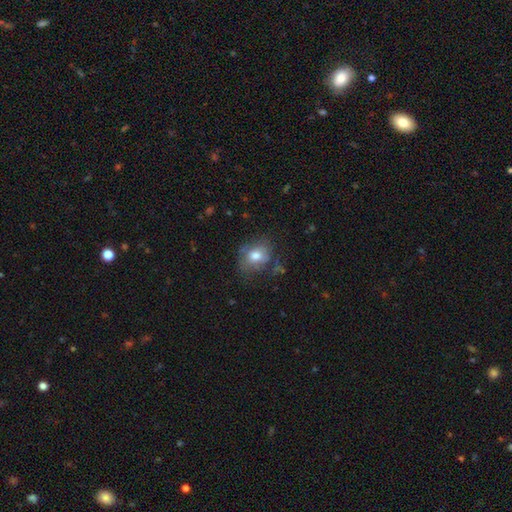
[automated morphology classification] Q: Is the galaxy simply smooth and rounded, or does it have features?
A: smooth — 72%.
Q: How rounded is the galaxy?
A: in between — 51%.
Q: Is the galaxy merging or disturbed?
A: none — 59%.